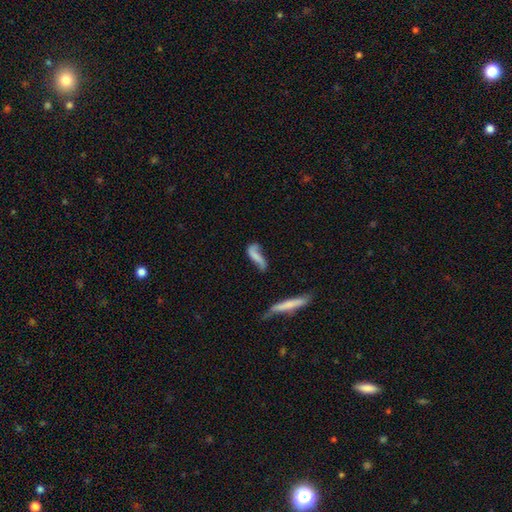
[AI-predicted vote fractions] A featured or disk galaxy (48%).

Vote fractions:
- Smooth or featured? featured or disk: 48% / smooth: 43% / star or artifact: 9%
- Merging? none: 48% / minor disturbance: 27% / major disturbance: 17% / merger: 8%